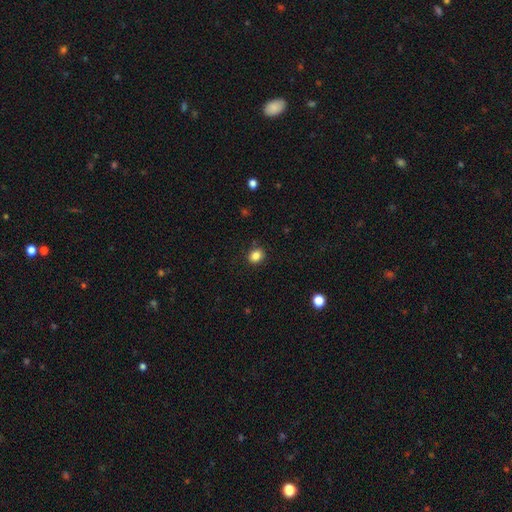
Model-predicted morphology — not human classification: Smooth or featured? smooth (86%)
How rounded? round (55%)
Merging? none (86%)